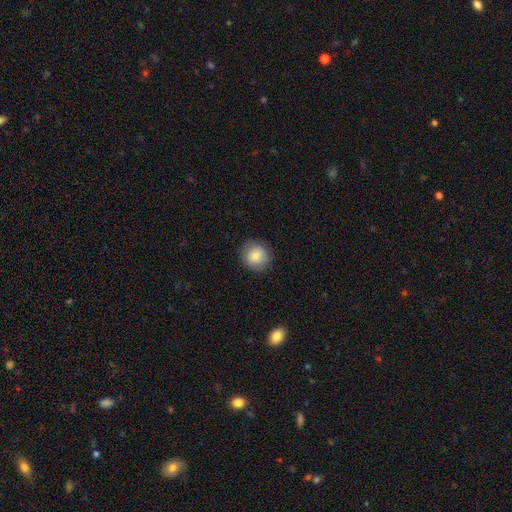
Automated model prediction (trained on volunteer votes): Smooth or featured?
  - smooth: 84% *
  - featured or disk: 8%
  - star or artifact: 8%
How rounded?
  - round: 86% *
  - in between: 13%
  - cigar-shaped: 1%
Merging?
  - none: 87% *
  - minor disturbance: 9%
  - major disturbance: 3%
  - merger: 1%